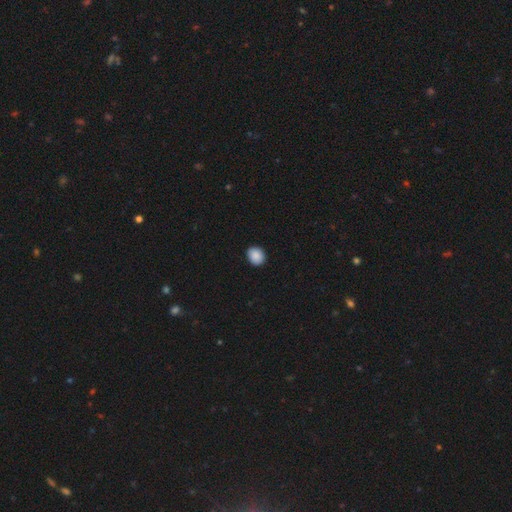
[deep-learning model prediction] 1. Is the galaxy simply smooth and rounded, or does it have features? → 89% smooth, 8% star or artifact, 3% featured or disk.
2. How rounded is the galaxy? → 64% round, 35% in between, 1% cigar-shaped.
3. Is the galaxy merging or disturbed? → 88% none, 9% minor disturbance, 2% major disturbance, 1% merger.